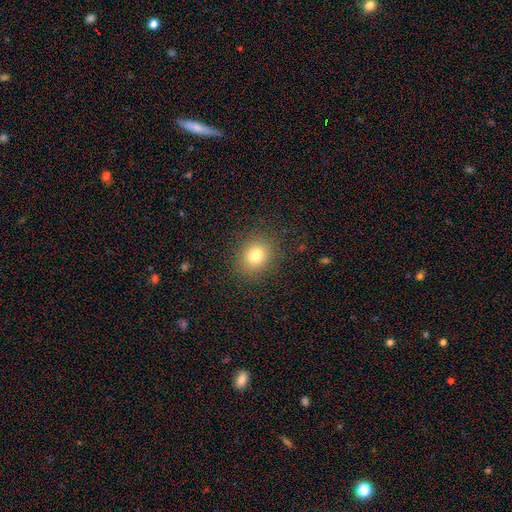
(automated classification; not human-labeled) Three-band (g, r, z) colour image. It shows a smooth galaxy with no disk features (78%) that is round (74%). Merging: none (88%).